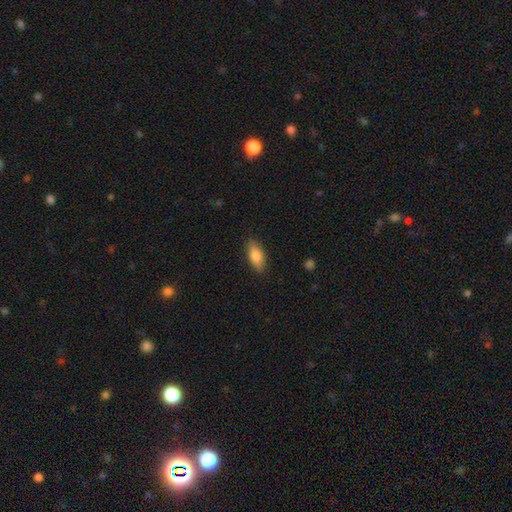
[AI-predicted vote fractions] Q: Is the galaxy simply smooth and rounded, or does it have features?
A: smooth — 80%.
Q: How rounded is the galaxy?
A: in between — 75%.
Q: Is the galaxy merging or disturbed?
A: none — 86%.